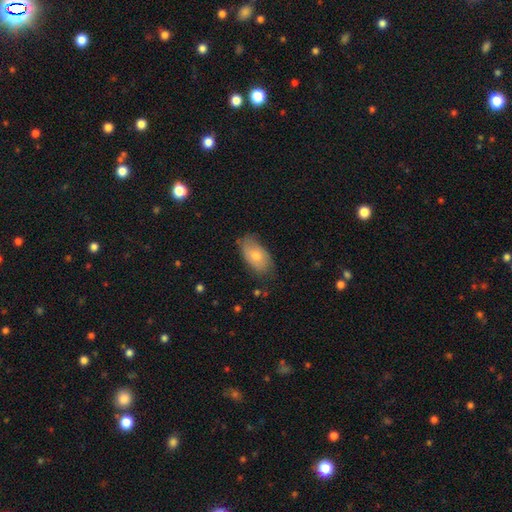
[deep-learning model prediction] This is likely a smooth galaxy (62%). How rounded: clearly in between (92%). Merging: likely none (72%).